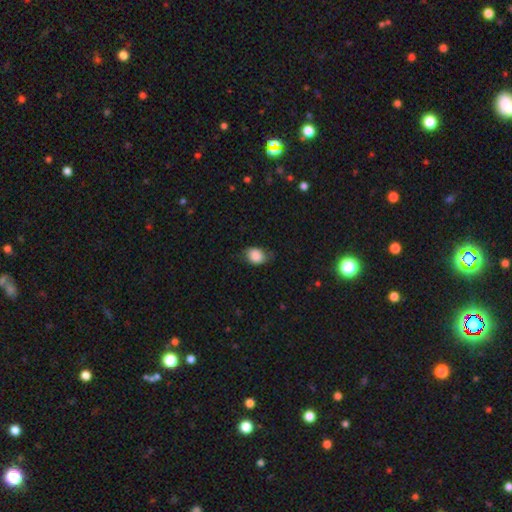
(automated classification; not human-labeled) A smooth galaxy with no disk features (84%) that is in between round and cigar-shaped (61%).

Vote fractions:
- Smooth or featured? smooth: 84% / featured or disk: 8% / star or artifact: 8%
- How rounded? in between: 61% / round: 38% / cigar-shaped: 1%
- Merging? none: 67% / minor disturbance: 25% / major disturbance: 7% / merger: 1%